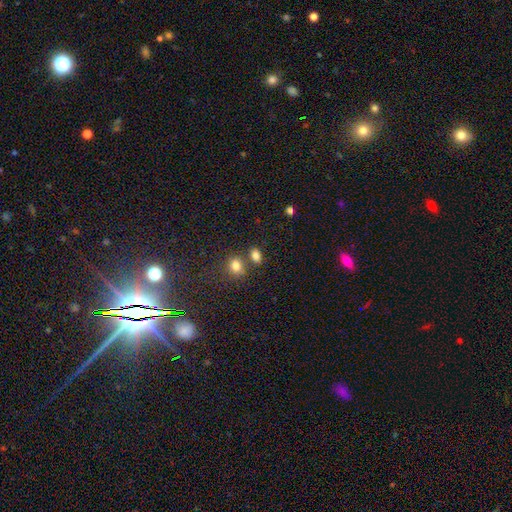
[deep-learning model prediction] A smooth galaxy with no disk features (81%) that is in between round and cigar-shaped (75%).

Vote fractions:
- Smooth or featured? smooth: 81% / star or artifact: 12% / featured or disk: 6%
- How rounded? in between: 75% / round: 23% / cigar-shaped: 2%
- Merging? none: 61% / merger: 24% / minor disturbance: 11% / major disturbance: 4%